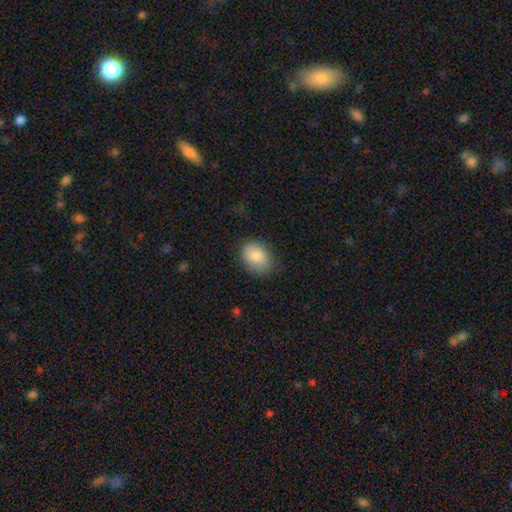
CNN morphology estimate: Q: Smooth or featured?
A: smooth (84%); runner-up: featured or disk (8%)
Q: How rounded?
A: in between (73%); runner-up: round (26%)
Q: Merging?
A: none (74%); runner-up: minor disturbance (21%)